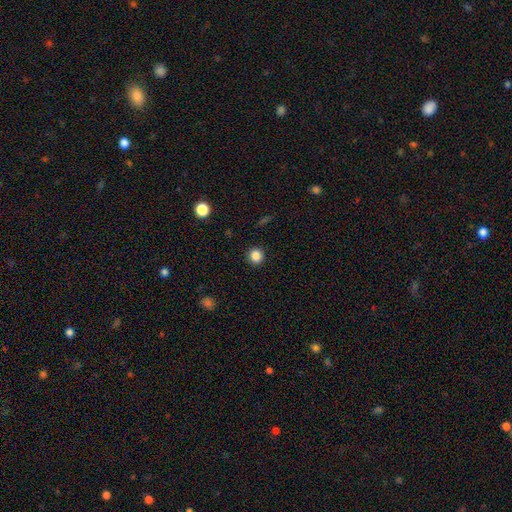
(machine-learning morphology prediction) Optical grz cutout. It shows a smooth galaxy with no disk features (86%) that is round (93%). Merging: none (92%).